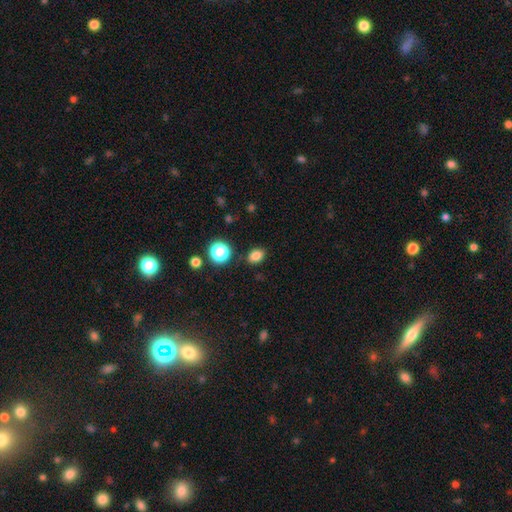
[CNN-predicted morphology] type=smooth (82%); roundness=in between (63%); merging=none (85%).